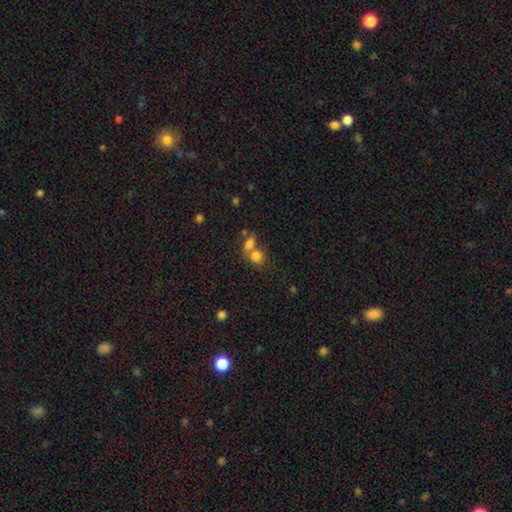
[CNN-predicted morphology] The model was most divided on "merging": merger: 52%, none: 35%, minor disturbance: 8%, major disturbance: 5%. More confident: smooth or featured — smooth (80%); how rounded — round (65%).